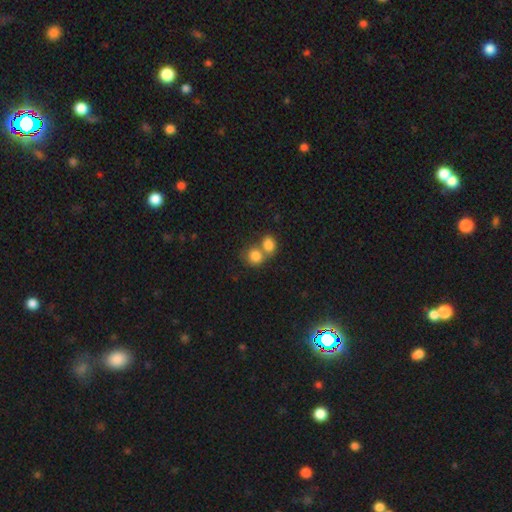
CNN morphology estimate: This is clearly a smooth galaxy (83%). How rounded: likely round (69%). Merging: possibly merger (59%).